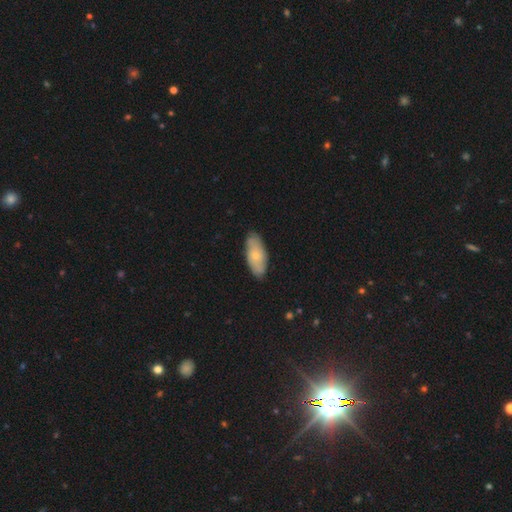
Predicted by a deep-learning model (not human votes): This is possibly a smooth galaxy (58%). How rounded: clearly in between (86%). Merging: clearly none (81%).